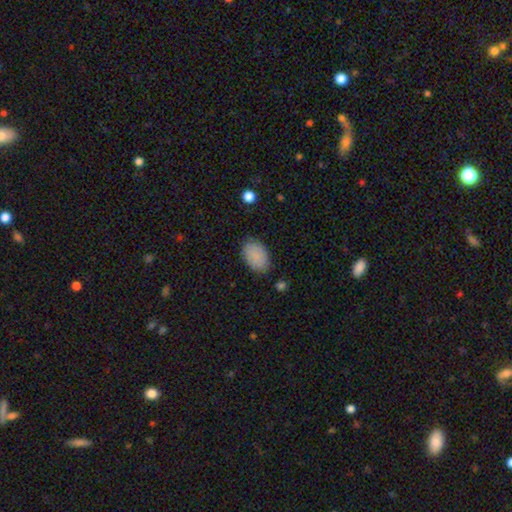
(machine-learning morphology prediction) Q: Smooth or featured?
A: smooth (88%); runner-up: star or artifact (7%)
Q: How rounded?
A: in between (90%); runner-up: round (9%)
Q: Merging?
A: none (82%); runner-up: minor disturbance (13%)